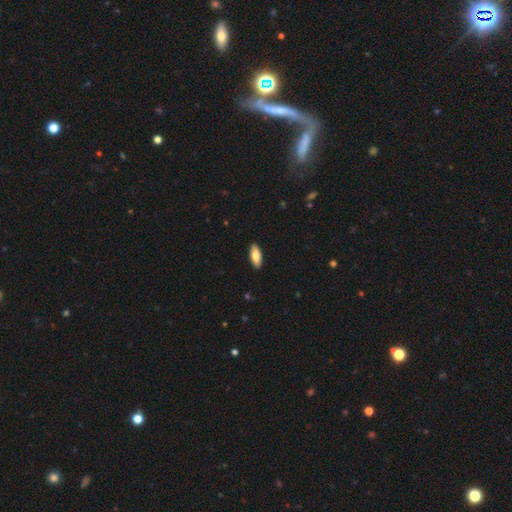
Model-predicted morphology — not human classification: A smooth galaxy with no disk features (82%) that is in between round and cigar-shaped (82%). Merging: none (91%).